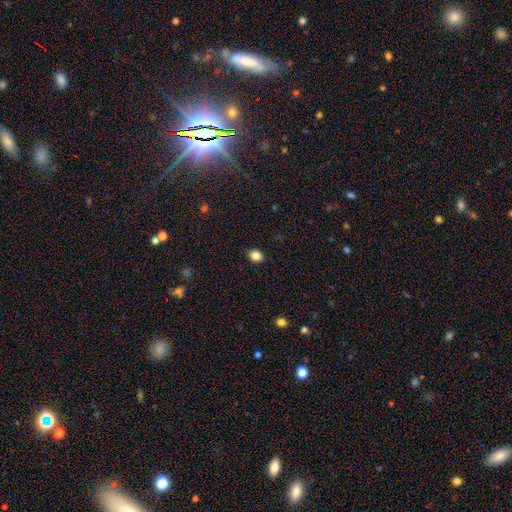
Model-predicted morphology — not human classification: smooth-or-featured: smooth: 85% | star or artifact: 11% | featured or disk: 4%
  how-rounded: round: 54% | in between: 45% | cigar-shaped: 1%
  merging: none: 89% | minor disturbance: 8% | major disturbance: 2% | merger: 1%